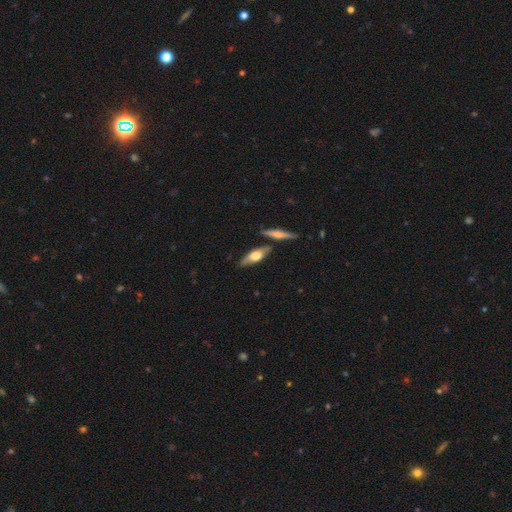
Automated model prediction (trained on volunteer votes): A featured or disk galaxy (48%). Merging: none (72%).